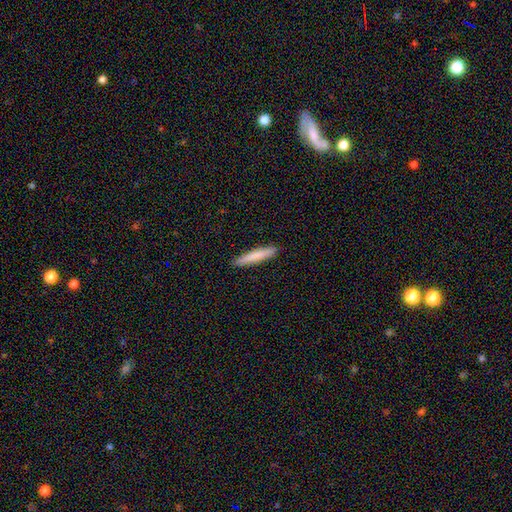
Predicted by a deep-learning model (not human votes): smooth_or_featured: smooth (p=0.80) [alt: featured or disk p=0.15]
how_rounded: cigar-shaped (p=0.93) [alt: in between p=0.06]
merging: none (p=0.91) [alt: minor disturbance p=0.06]